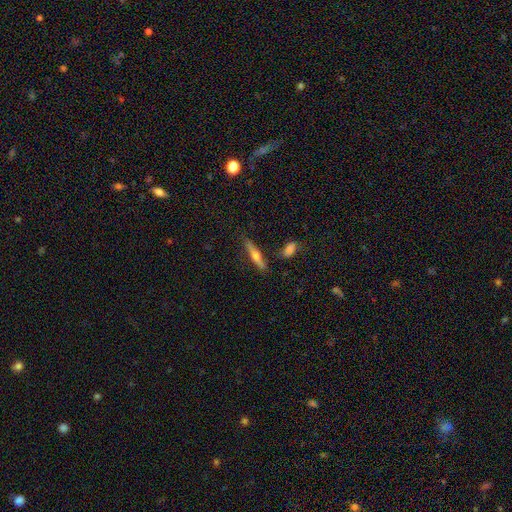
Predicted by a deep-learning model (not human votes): This is possibly a featured or disk galaxy (55%). It is clearly viewed edge-on (95%). Edge-on bulge: clearly rounded (89%). Merging: clearly none (80%).